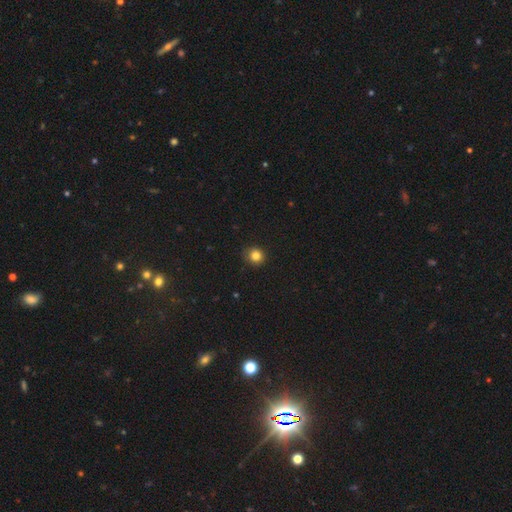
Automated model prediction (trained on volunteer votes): The model was most divided on "merging": none: 84%, minor disturbance: 13%, major disturbance: 2%, merger: 1%. More confident: how rounded — round (87%); smooth or featured — smooth (83%).